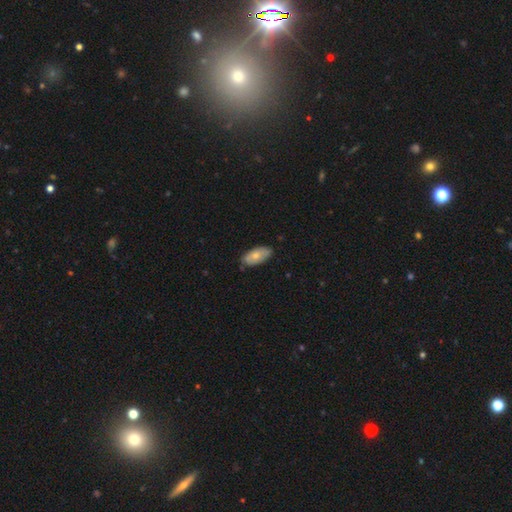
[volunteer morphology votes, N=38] A smooth galaxy with no disk features (66%) that is in between round and cigar-shaped (92%). Merging: none (76%).